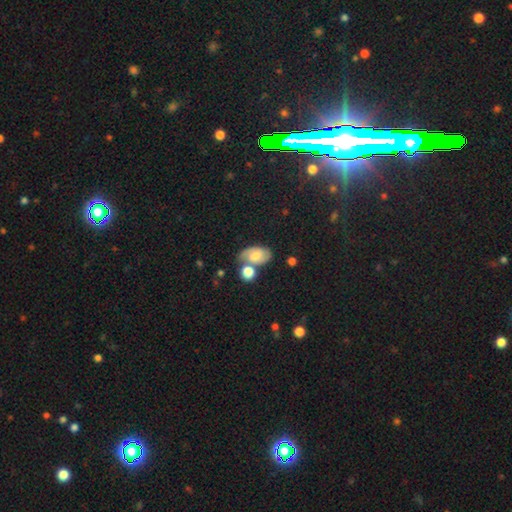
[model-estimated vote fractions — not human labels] smooth-or-featured: featured or disk: 46% | smooth: 43% | star or artifact: 10%
  merging: none: 46% | merger: 27% | minor disturbance: 18% | major disturbance: 8%